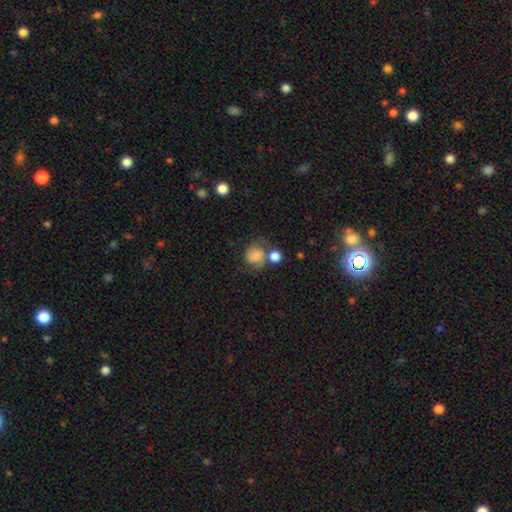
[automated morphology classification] smooth_or_featured: smooth (p=0.66) [alt: featured or disk p=0.24]
how_rounded: round (p=0.74) [alt: in between p=0.25]
merging: none (p=0.45) [alt: merger p=0.23]